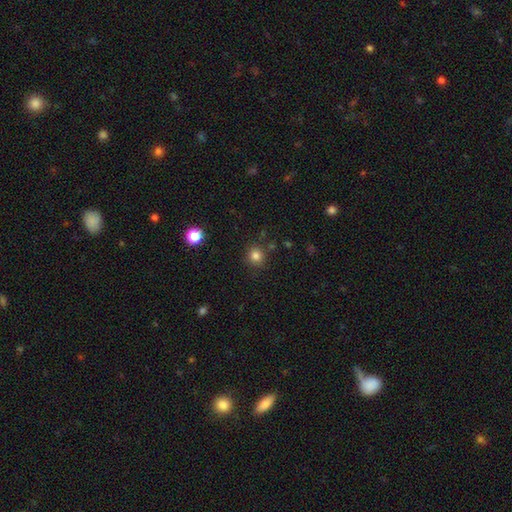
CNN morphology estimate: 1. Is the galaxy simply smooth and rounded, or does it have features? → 82% smooth, 13% star or artifact, 5% featured or disk.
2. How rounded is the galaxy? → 91% round, 8% in between, 1% cigar-shaped.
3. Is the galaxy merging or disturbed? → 86% none, 8% minor disturbance, 3% merger, 3% major disturbance.